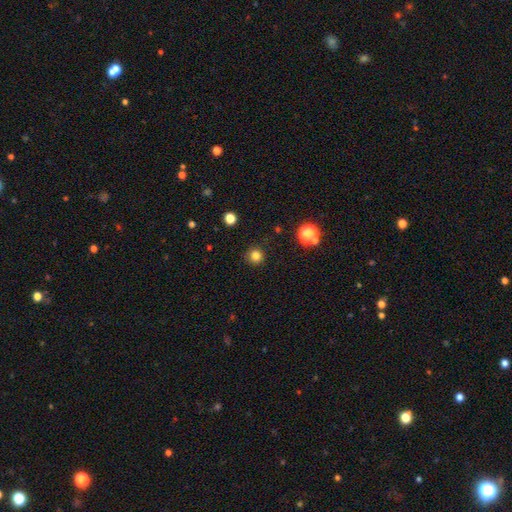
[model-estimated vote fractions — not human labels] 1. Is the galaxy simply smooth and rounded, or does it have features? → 81% smooth, 14% star or artifact, 5% featured or disk.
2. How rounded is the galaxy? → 95% round, 4% in between, 1% cigar-shaped.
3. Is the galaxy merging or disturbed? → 91% none, 6% minor disturbance, 2% major disturbance, 1% merger.